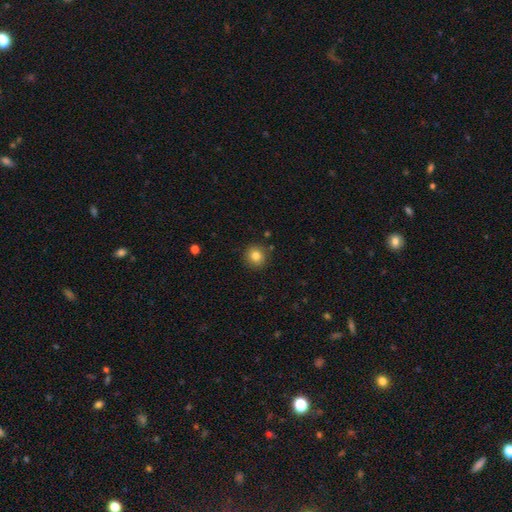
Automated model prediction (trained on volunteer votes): This is clearly a smooth galaxy (82%). How rounded: clearly round (91%). Merging: clearly none (89%).